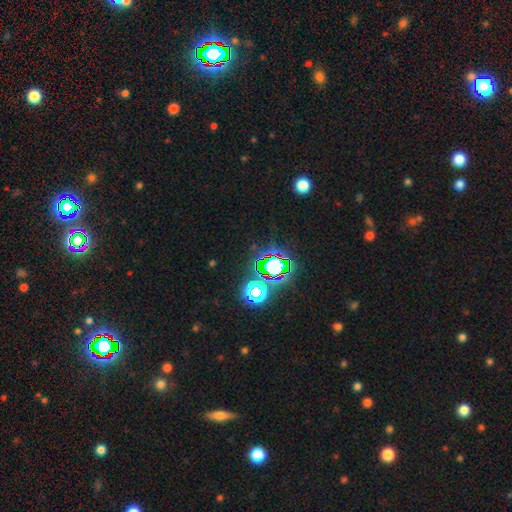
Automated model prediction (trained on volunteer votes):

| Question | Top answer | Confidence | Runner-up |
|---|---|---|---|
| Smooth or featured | star or artifact | 74% | smooth (18%) |